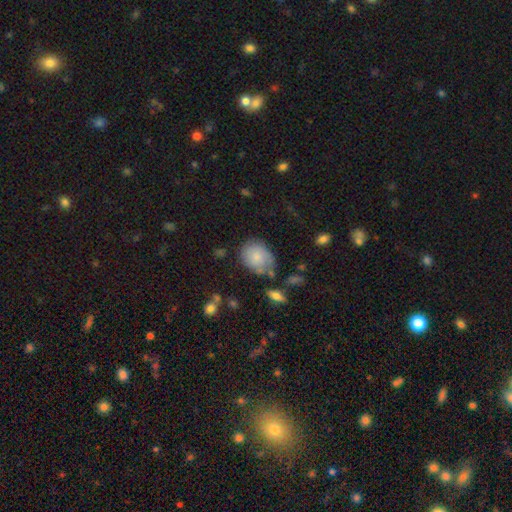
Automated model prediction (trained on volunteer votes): Q: Smooth or featured?
A: smooth (77%); runner-up: featured or disk (15%)
Q: How rounded?
A: in between (53%); runner-up: round (46%)
Q: Merging?
A: none (62%); runner-up: minor disturbance (24%)